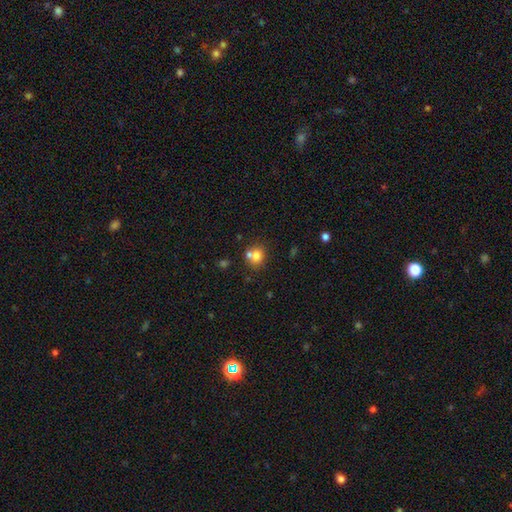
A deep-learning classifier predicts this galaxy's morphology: smooth_or_featured: smooth (p=0.75) [alt: featured or disk p=0.13]
how_rounded: round (p=0.74) [alt: in between p=0.26]
merging: none (p=0.48) [alt: merger p=0.39]